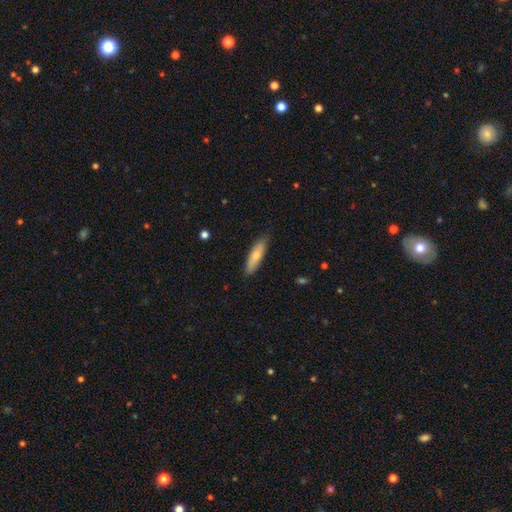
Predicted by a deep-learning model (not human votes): Smooth or featured? Predicted: smooth (p=0.72). How rounded? Predicted: cigar-shaped (p=0.66). Merging? Predicted: none (p=0.84).